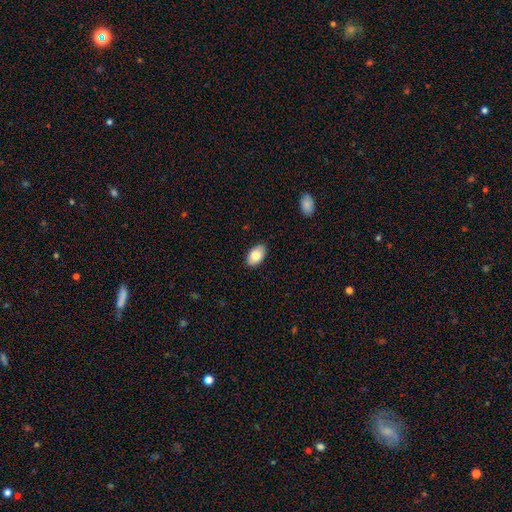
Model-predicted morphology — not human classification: Smooth or featured? Predicted: smooth (p=0.80). How rounded? Predicted: in between (p=0.92). Merging? Predicted: none (p=0.87).